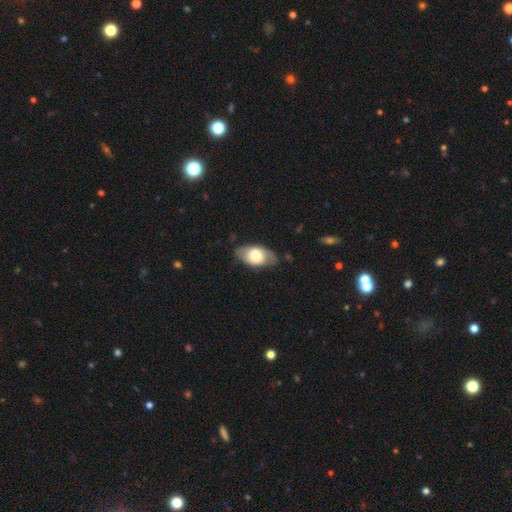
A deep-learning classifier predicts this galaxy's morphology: type=smooth (63%); roundness=in between (91%); merging=none (71%).